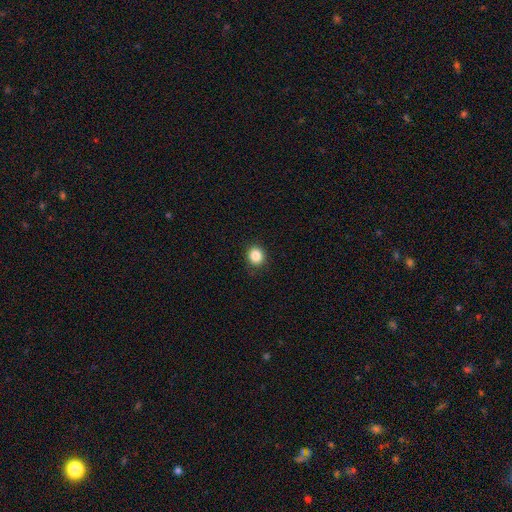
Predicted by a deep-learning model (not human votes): Smooth or featured? Predicted: smooth (p=0.86). How rounded? Predicted: round (p=0.84). Merging? Predicted: none (p=0.90).